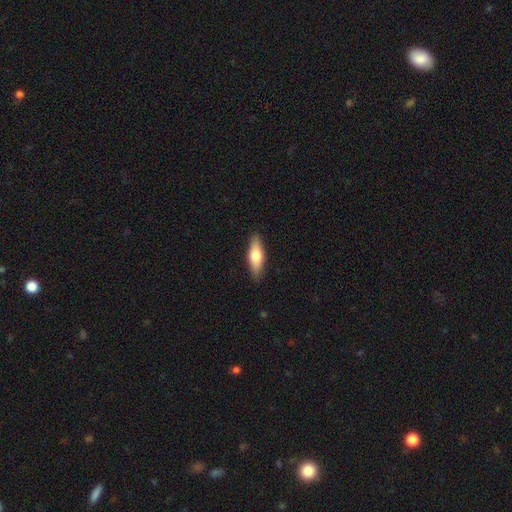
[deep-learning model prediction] smooth-or-featured: smooth: 66% | featured or disk: 28% | star or artifact: 5%
  how-rounded: in between: 54% | cigar-shaped: 44% | round: 2%
  merging: none: 88% | minor disturbance: 10% | major disturbance: 2% | merger: 1%